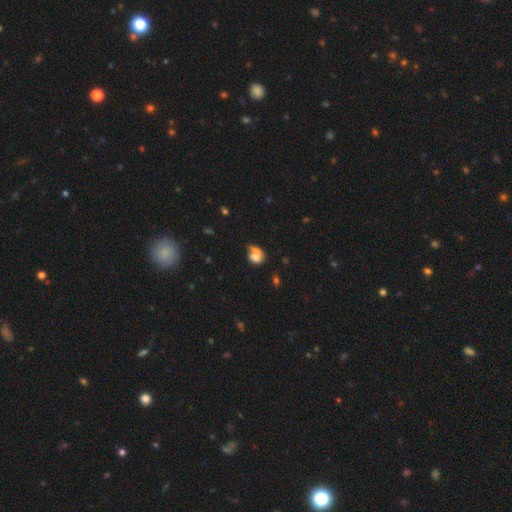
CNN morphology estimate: Smooth or featured: smooth — 67% (featured or disk — 22%)
How rounded: in between — 52% (round — 46%)
Merging: merger — 42% (none — 29%)